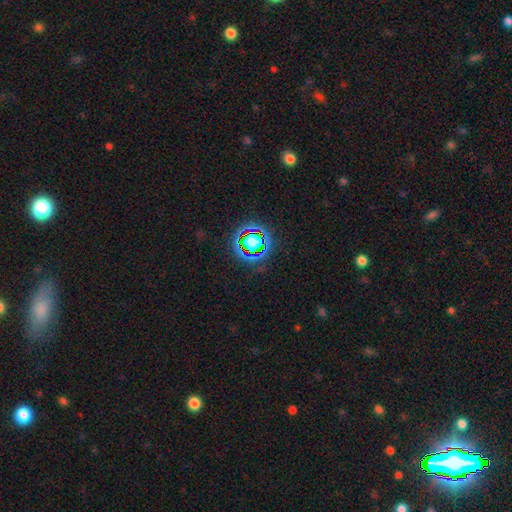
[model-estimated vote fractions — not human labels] smooth-or-featured: star or artifact: 77% | smooth: 14% | featured or disk: 9%